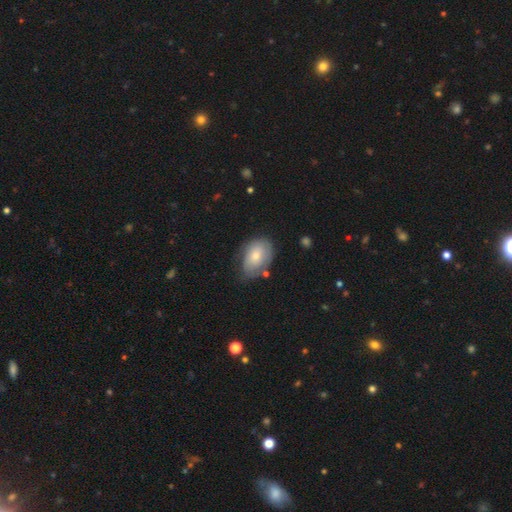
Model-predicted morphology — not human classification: type=smooth (70%); roundness=in between (84%); merging=none (58%).